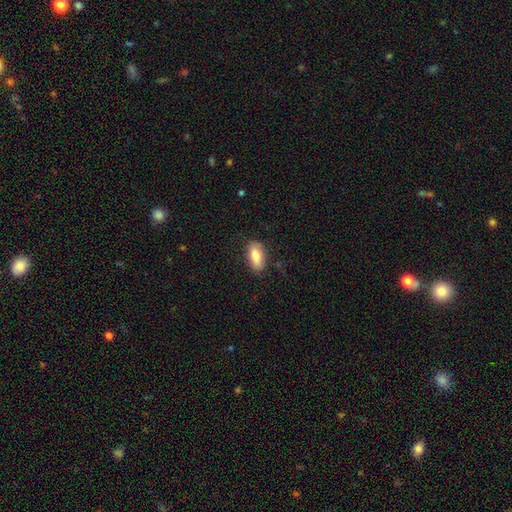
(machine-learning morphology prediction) Smooth or featured? smooth (80%)
How rounded? in between (85%)
Merging? none (81%)